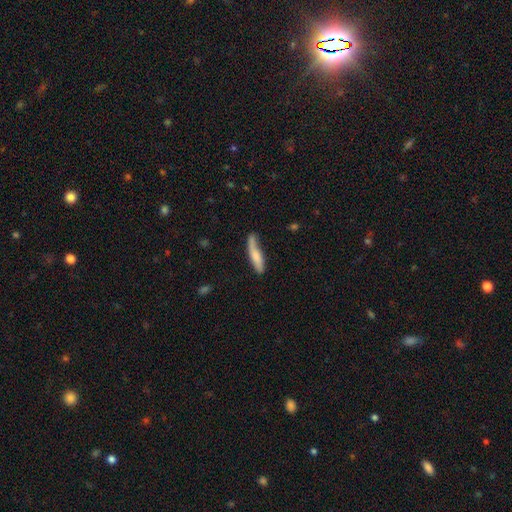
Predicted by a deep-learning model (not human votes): smooth_or_featured: smooth (p=0.67) [alt: featured or disk p=0.27]
how_rounded: cigar-shaped (p=0.82) [alt: in between p=0.17]
merging: none (p=0.57) [alt: minor disturbance p=0.27]